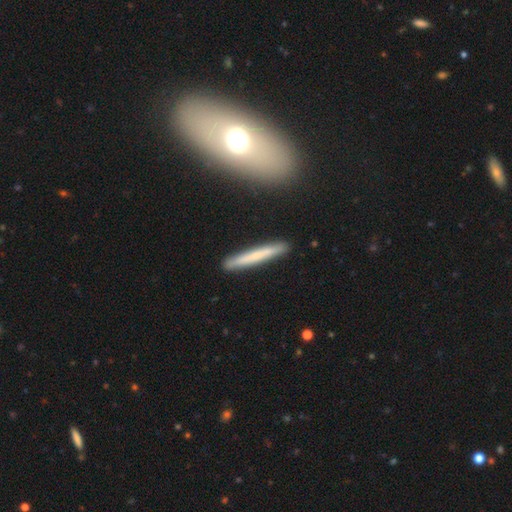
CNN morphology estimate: Overall: smooth (63%; featured or disk 31%). How rounded: cigar-shaped (96%). Merging: none (91%).